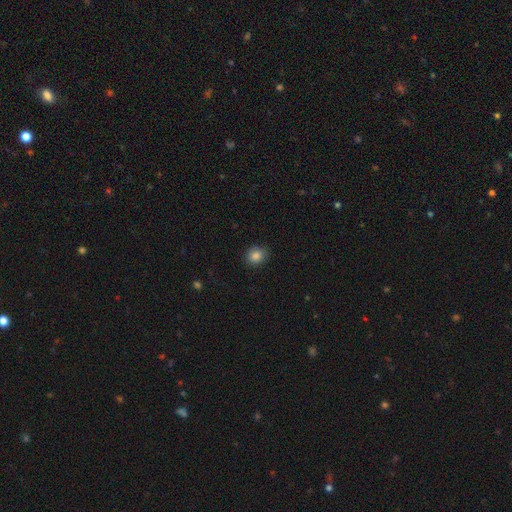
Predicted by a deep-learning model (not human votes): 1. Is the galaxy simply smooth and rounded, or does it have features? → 85% smooth, 10% star or artifact, 5% featured or disk.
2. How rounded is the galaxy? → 76% round, 23% in between, 1% cigar-shaped.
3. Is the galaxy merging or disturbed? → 86% none, 10% minor disturbance, 2% major disturbance, 1% merger.